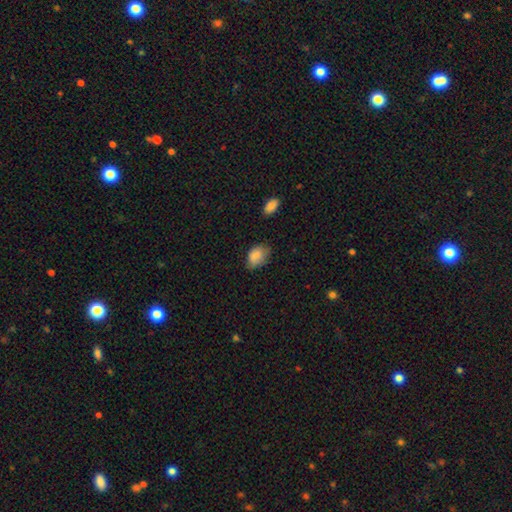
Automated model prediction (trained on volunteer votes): This is clearly a smooth galaxy (84%). How rounded: clearly in between (83%). Merging: likely none (60%).